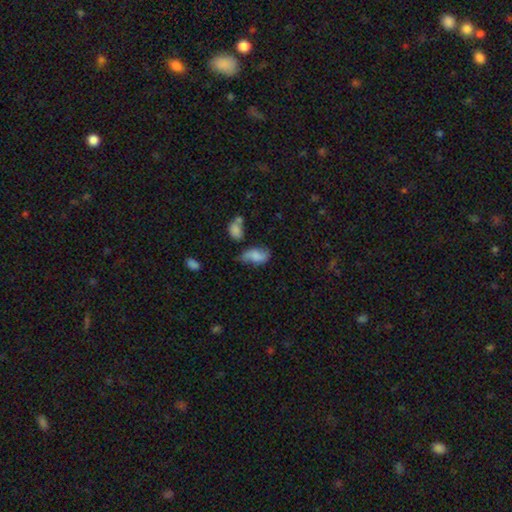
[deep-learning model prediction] A smooth galaxy with no disk features (57%) that is in between round and cigar-shaped (89%). Merging: none (44%).